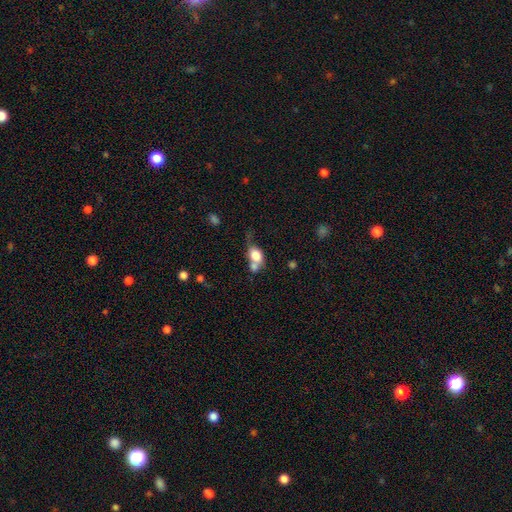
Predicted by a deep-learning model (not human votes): Smooth or featured?
  - smooth: 75% *
  - featured or disk: 16%
  - star or artifact: 9%
How rounded?
  - in between: 62% *
  - round: 36%
  - cigar-shaped: 2%
Merging?
  - merger: 51% *
  - none: 25%
  - minor disturbance: 14%
  - major disturbance: 11%